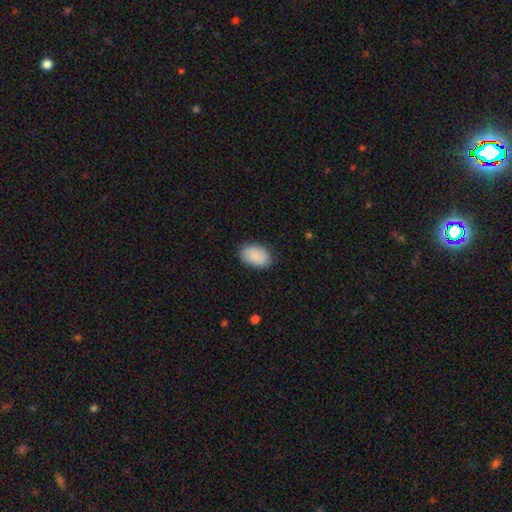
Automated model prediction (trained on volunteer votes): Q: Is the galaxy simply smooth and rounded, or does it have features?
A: smooth — 90%.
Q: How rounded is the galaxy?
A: in between — 89%.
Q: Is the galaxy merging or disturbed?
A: none — 83%.